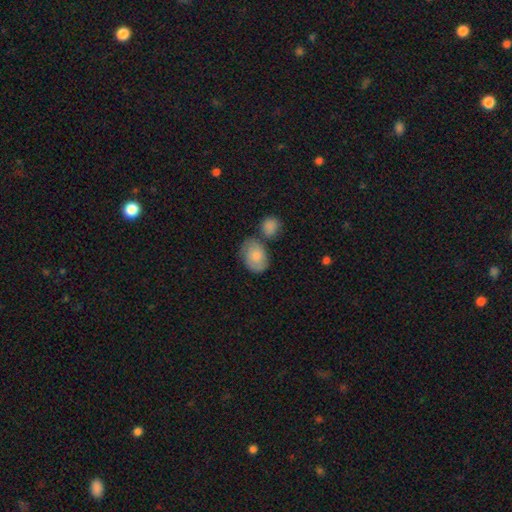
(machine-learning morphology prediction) smooth 73%, featured or disk 20%, star or artifact 7%. Down the decision tree: how rounded — in between (78%); merging — none (54%).